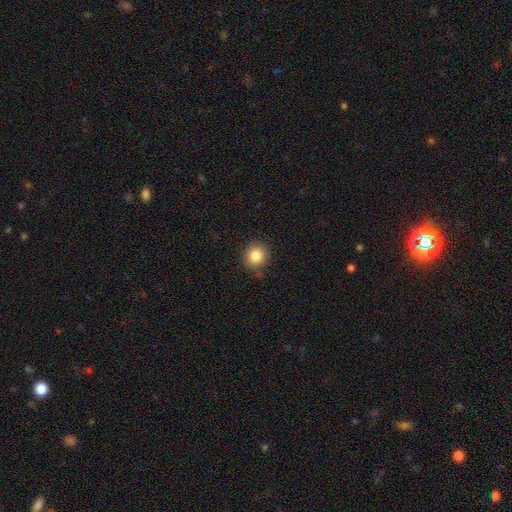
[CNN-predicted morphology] Smooth or featured? smooth (86%)
How rounded? round (86%)
Merging? none (87%)